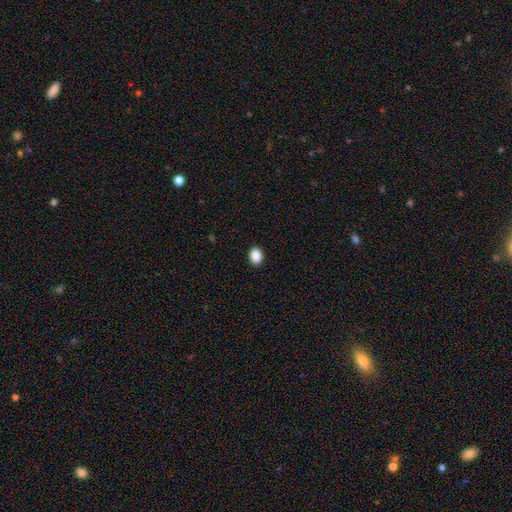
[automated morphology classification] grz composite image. It shows a smooth galaxy with no disk features (89%) that is in between round and cigar-shaped (70%). Merging: none (91%).